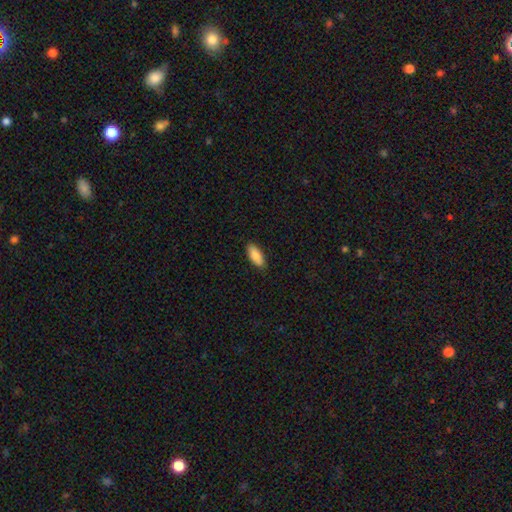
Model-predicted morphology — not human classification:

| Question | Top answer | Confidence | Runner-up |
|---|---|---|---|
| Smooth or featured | smooth | 86% | featured or disk (8%) |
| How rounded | in between | 82% | cigar-shaped (16%) |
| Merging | none | 87% | minor disturbance (10%) |